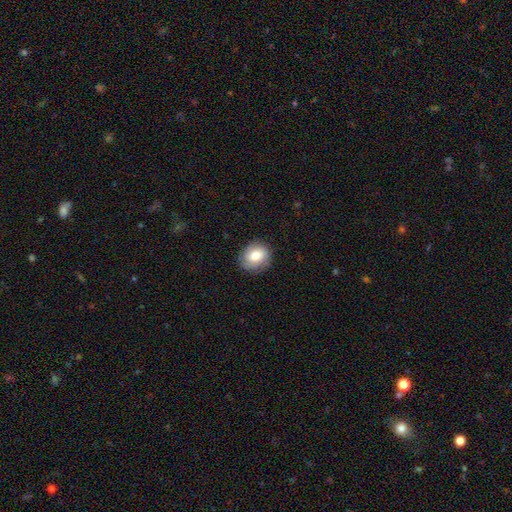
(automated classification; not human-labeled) Overall: smooth (77%). How rounded: round (70%). Merging: none (82%).